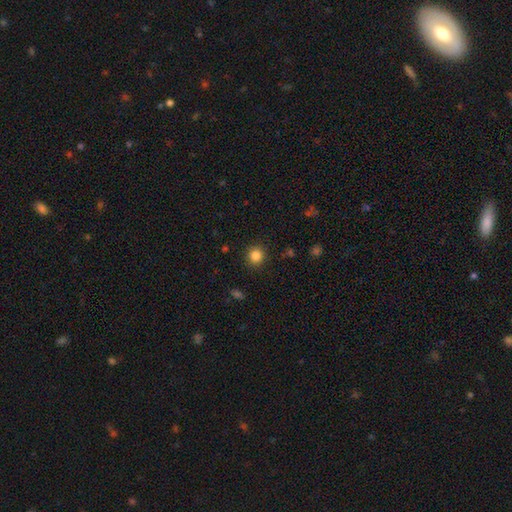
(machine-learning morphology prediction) The model was most divided on "smooth or featured": smooth: 84%, star or artifact: 12%, featured or disk: 4%. More confident: how rounded — round (91%); merging — none (90%).